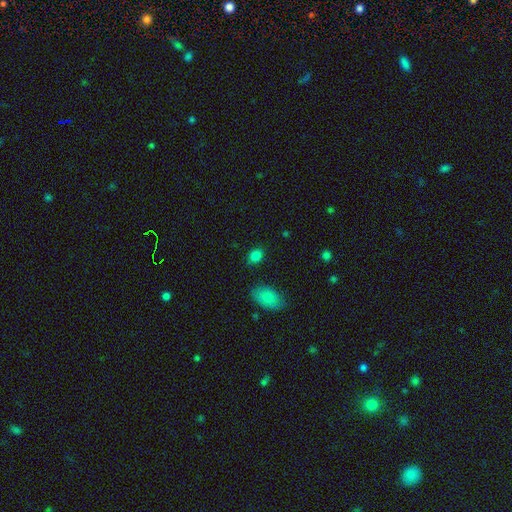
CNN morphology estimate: This appears to be a smooth galaxy with no disk features (84%) that is in between round and cigar-shaped (64%). Merging: none (82%).